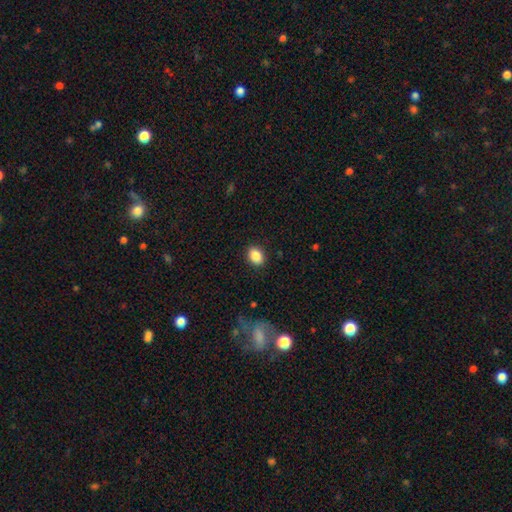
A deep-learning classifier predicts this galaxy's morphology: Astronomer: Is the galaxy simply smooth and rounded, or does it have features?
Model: smooth — 87%.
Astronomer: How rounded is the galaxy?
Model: in between — 66%.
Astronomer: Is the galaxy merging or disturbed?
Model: none — 89%.